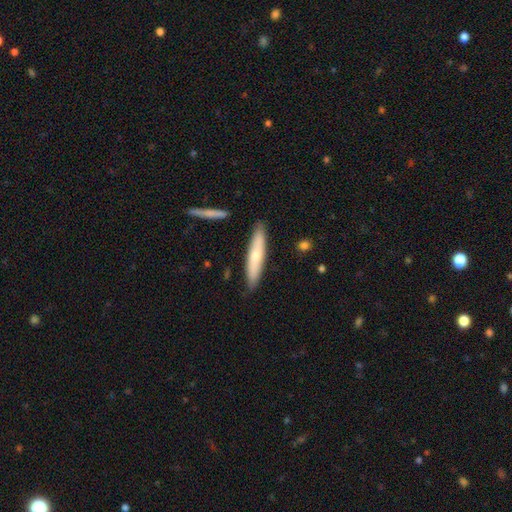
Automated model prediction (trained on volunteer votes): smooth 61%, featured or disk 33%, star or artifact 6%. Down the decision tree: how rounded — cigar-shaped (87%); merging — none (85%).